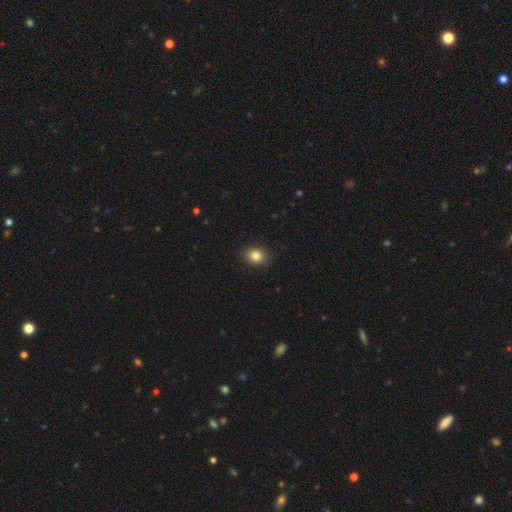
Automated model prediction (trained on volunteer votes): Smooth or featured? Predicted: smooth (p=0.83). How rounded? Predicted: round (p=0.69). Merging? Predicted: none (p=0.91).